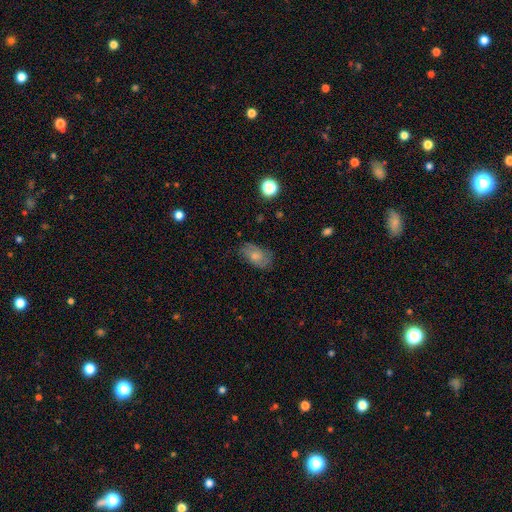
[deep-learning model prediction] A smooth galaxy with no disk features (63%) that is in between round and cigar-shaped (89%). Merging: none (65%).